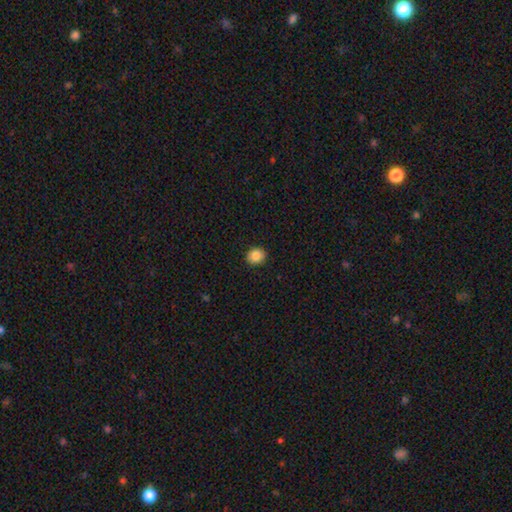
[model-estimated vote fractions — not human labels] smooth 86%, star or artifact 9%, featured or disk 5%. Down the decision tree: how rounded — round (68%); merging — none (91%).